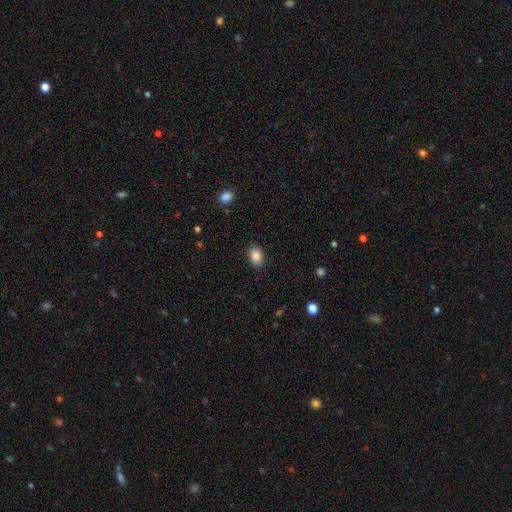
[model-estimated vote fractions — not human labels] Smooth or featured?
  - smooth: 87% *
  - star or artifact: 9%
  - featured or disk: 5%
How rounded?
  - in between: 80% *
  - round: 19%
  - cigar-shaped: 1%
Merging?
  - none: 88% *
  - minor disturbance: 9%
  - major disturbance: 2%
  - merger: 1%